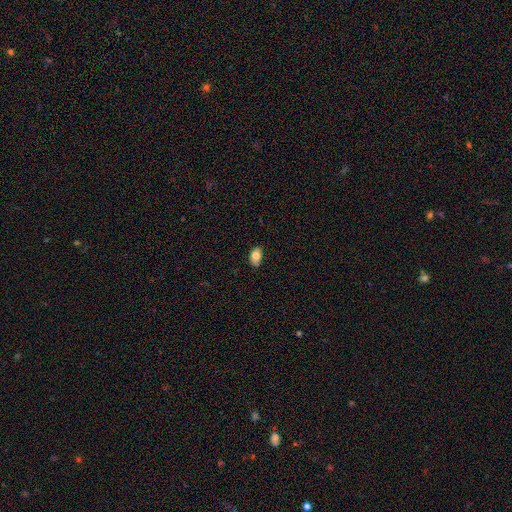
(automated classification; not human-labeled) This appears to be a smooth galaxy with no disk features (80%) that is in between round and cigar-shaped (87%). Merging: none (73%).